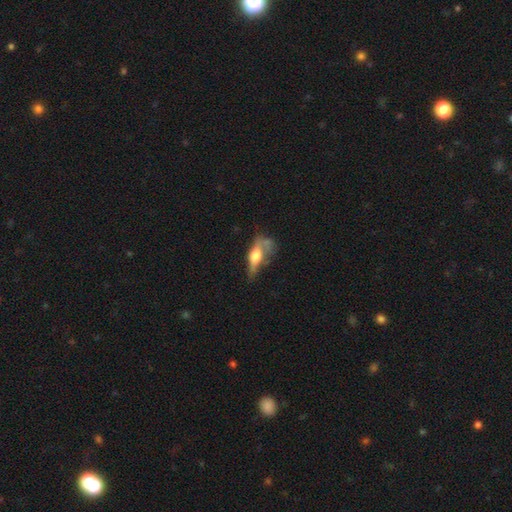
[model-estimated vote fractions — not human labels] Q: Smooth or featured?
A: featured or disk (47%); runner-up: smooth (44%)
Q: Merging?
A: major disturbance (33%); runner-up: none (31%)